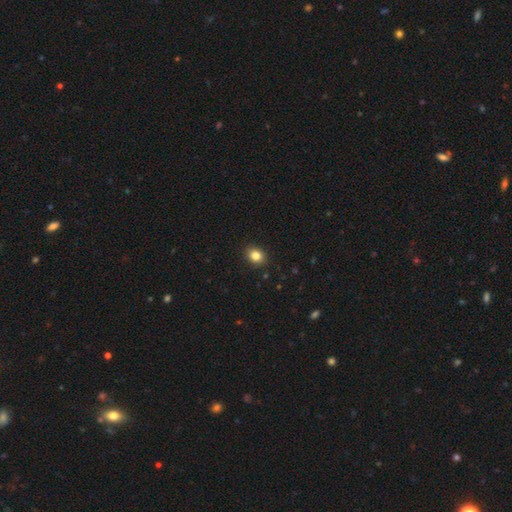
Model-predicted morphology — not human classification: Smooth or featured?
  - smooth: 84% *
  - star or artifact: 11%
  - featured or disk: 6%
How rounded?
  - round: 55% *
  - in between: 44%
  - cigar-shaped: 1%
Merging?
  - none: 90% *
  - minor disturbance: 7%
  - major disturbance: 2%
  - merger: 1%